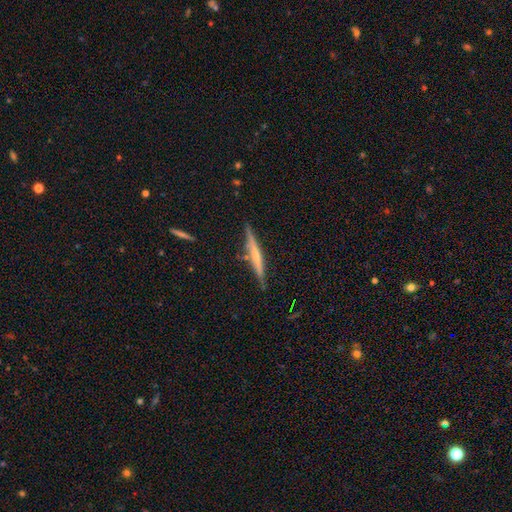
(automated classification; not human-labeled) A featured or disk galaxy (56%) viewed edge-on (97%) with no central bulge (62%).

Vote fractions:
- Smooth or featured? featured or disk: 56% / smooth: 38% / star or artifact: 6%
- Edge-on disk? yes: 97% / no: 3%
- Edge-on bulge? none: 62% / rounded: 27% / boxy: 10%
- Merging? none: 83% / minor disturbance: 12% / merger: 3% / major disturbance: 2%